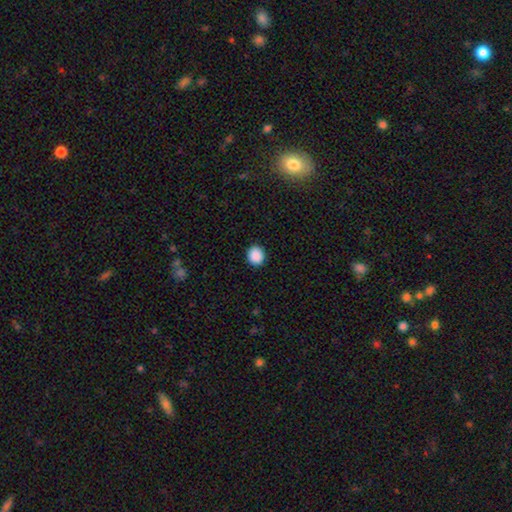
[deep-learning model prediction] smooth 89%, star or artifact 9%, featured or disk 2%. Down the decision tree: how rounded — round (81%); merging — none (91%).